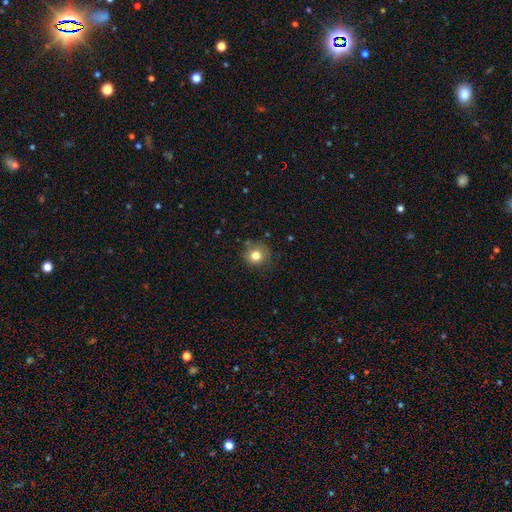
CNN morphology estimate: Overall: smooth (80%). How rounded: round (90%). Merging: none (79%).